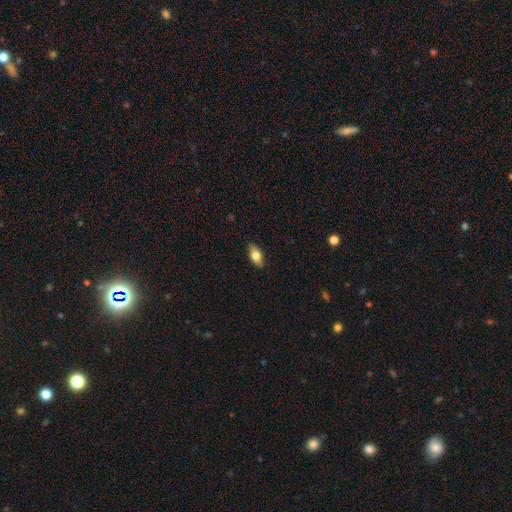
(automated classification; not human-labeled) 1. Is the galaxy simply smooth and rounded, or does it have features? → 72% smooth, 21% featured or disk, 6% star or artifact.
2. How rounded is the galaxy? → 84% in between, 13% cigar-shaped, 3% round.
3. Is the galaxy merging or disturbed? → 88% none, 9% minor disturbance, 2% major disturbance, 1% merger.